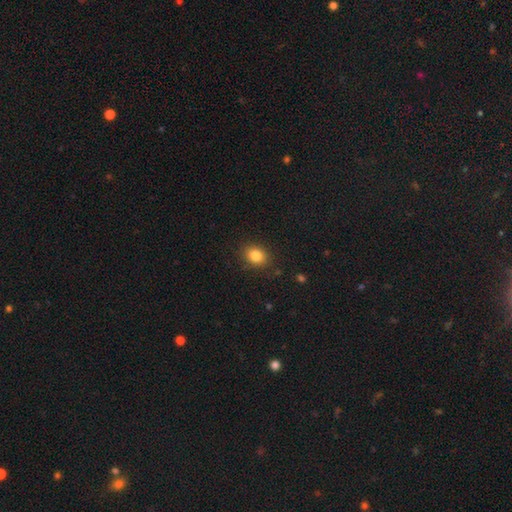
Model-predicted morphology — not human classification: smooth_or_featured: smooth (p=0.84) [alt: star or artifact p=0.11]
how_rounded: in between (p=0.51) [alt: round p=0.48]
merging: none (p=0.87) [alt: minor disturbance p=0.10]